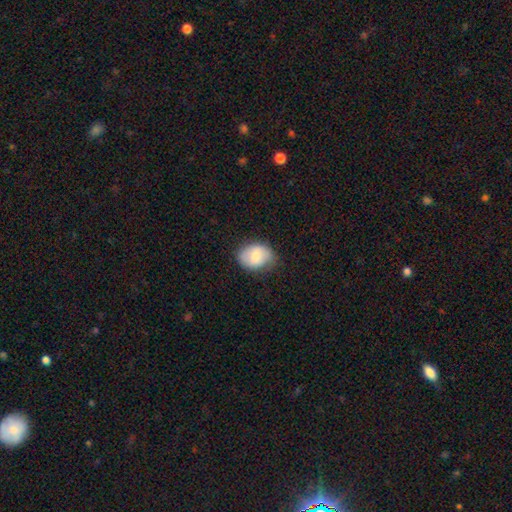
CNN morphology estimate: Overall: smooth (74%). How rounded: in between (64%; round 35%). Merging: none (70%).